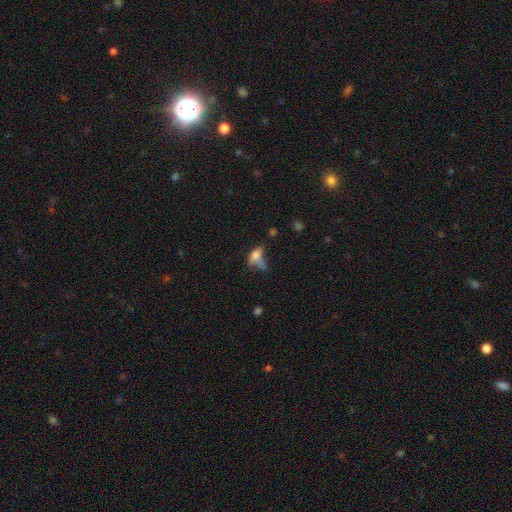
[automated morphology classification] smooth-or-featured: smooth: 65% | featured or disk: 21% | star or artifact: 14%
  how-rounded: in between: 80% | cigar-shaped: 11% | round: 9%
  merging: major disturbance: 33% | none: 25% | minor disturbance: 21% | merger: 21%